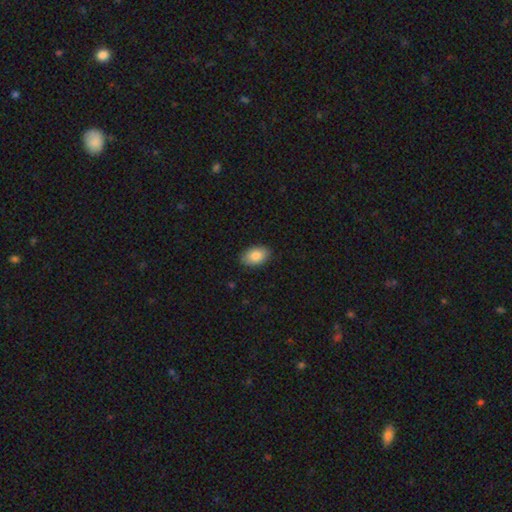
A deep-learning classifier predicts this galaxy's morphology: This appears to be a smooth galaxy with no disk features (86%) that is in between round and cigar-shaped (91%). Merging: none (87%).